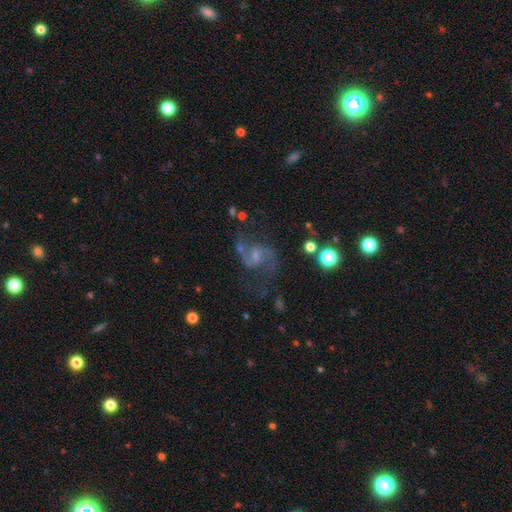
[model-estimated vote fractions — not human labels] featured or disk 80%, star or artifact 11%, smooth 9%. Down the decision tree: edge-on disk — no (98%); bar — weak (49%); spiral arms — yes (94%); spiral arm count — 2 (89%); spiral winding — medium (46%); bulge size — small (51%); merging — none (63%).